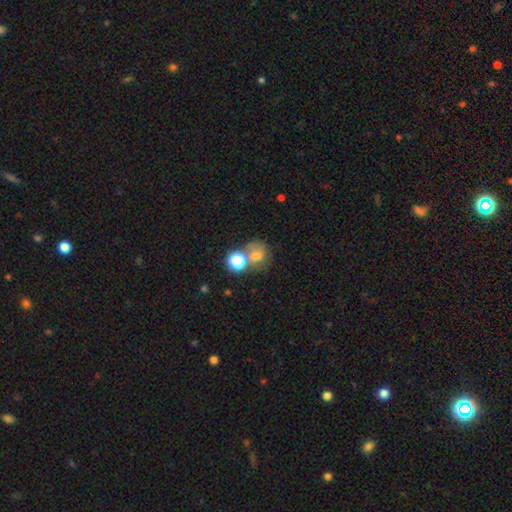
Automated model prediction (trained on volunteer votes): This is likely a smooth galaxy (61%). How rounded: likely round (68%). Merging: marginally none (39%).